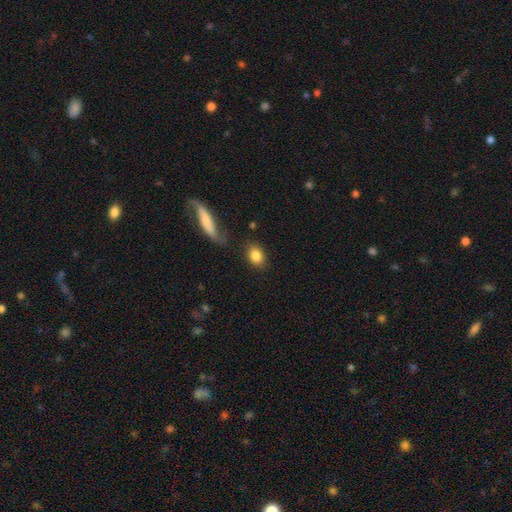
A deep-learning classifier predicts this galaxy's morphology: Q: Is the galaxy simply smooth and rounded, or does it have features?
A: smooth — 84%.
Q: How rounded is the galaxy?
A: in between — 62%.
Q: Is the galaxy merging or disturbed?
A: none — 80%.